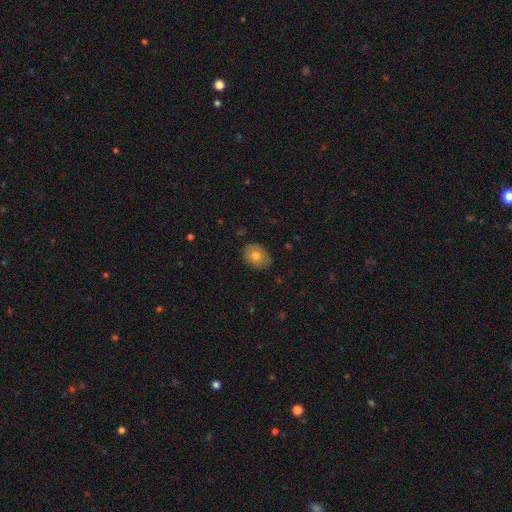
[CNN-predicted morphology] This is likely a smooth galaxy (76%). How rounded: likely in between (64%). Merging: clearly none (83%).